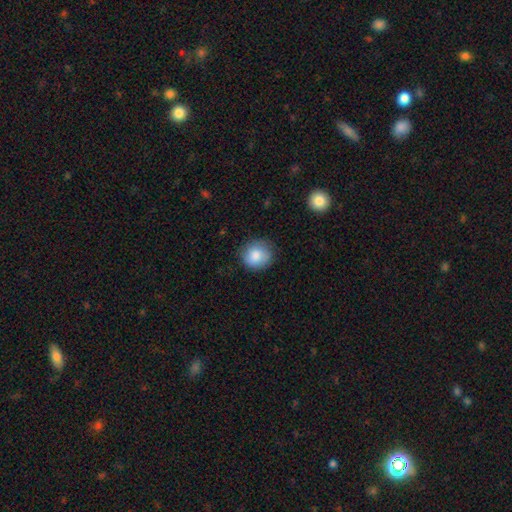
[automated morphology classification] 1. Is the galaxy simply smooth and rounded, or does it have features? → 84% smooth, 8% featured or disk, 8% star or artifact.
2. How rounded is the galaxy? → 86% round, 13% in between, 1% cigar-shaped.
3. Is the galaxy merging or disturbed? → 81% none, 15% minor disturbance, 3% major disturbance, 1% merger.